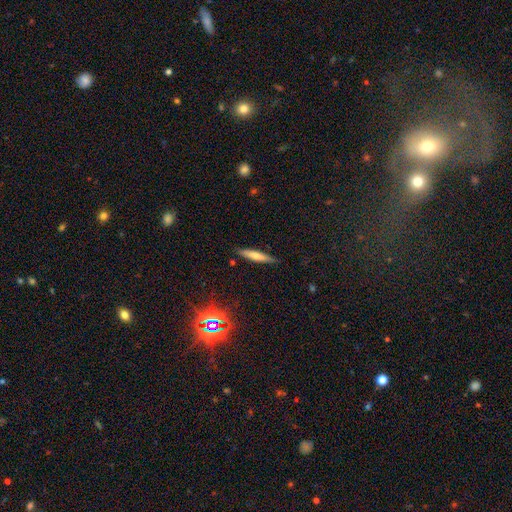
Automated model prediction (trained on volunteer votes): smooth 62%, featured or disk 30%, star or artifact 9%. Down the decision tree: how rounded — cigar-shaped (89%); merging — none (85%).